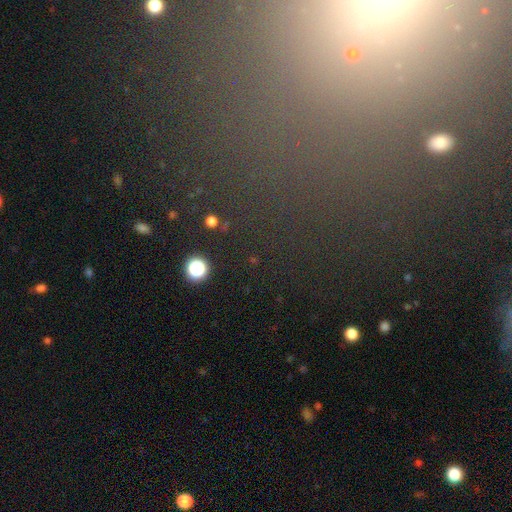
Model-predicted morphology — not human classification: Smooth or featured?
  - star or artifact: 63% *
  - smooth: 20%
  - featured or disk: 16%